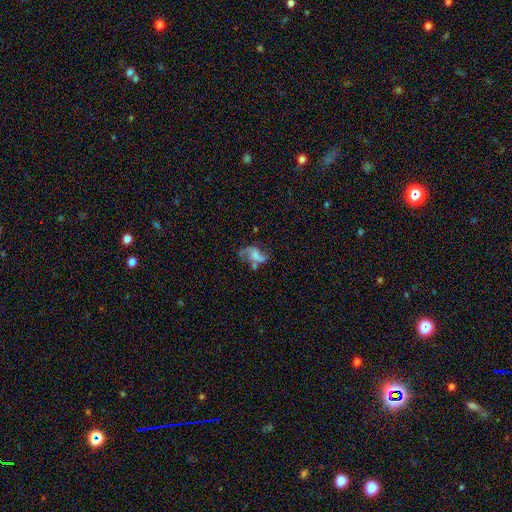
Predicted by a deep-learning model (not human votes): Smooth or featured? Predicted: featured or disk (p=0.66). Edge-on disk? Predicted: no (p=0.97). Bar? Predicted: no (p=0.56). Spiral arms? Predicted: yes (p=0.83). Spiral winding? Predicted: loose (p=0.69). Spiral arm count? Predicted: 2 (p=0.83). Bulge size? Predicted: none (p=0.43). Merging? Predicted: none (p=0.39).